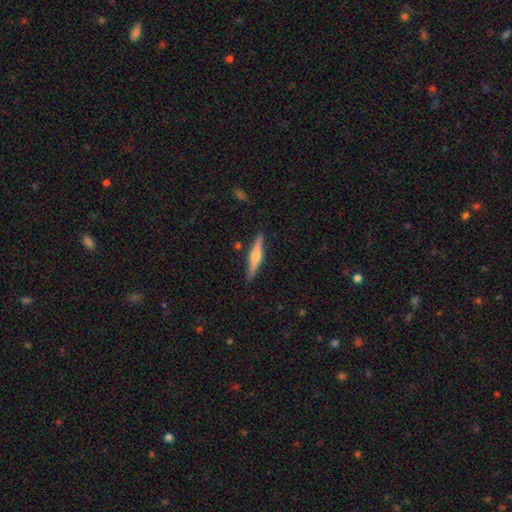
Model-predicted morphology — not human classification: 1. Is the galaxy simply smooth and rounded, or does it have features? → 62% featured or disk, 32% smooth, 6% star or artifact.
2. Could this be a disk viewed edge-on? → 97% yes, 3% no.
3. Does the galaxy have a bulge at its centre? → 85% rounded, 9% boxy, 7% none.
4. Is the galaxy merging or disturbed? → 87% none, 9% minor disturbance, 2% merger, 2% major disturbance.